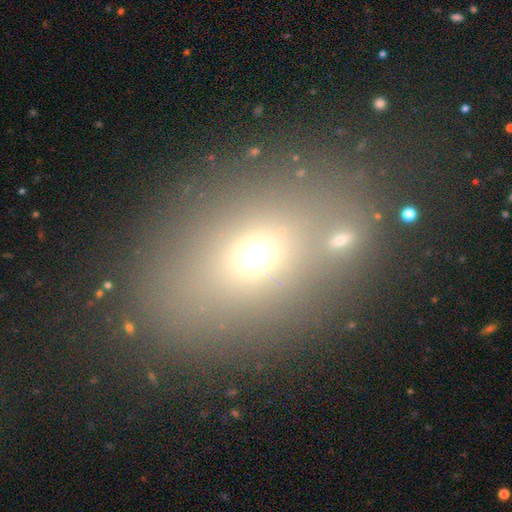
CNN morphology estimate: This is likely a smooth galaxy (63%). How rounded: likely in between (64%). Merging: likely none (69%).